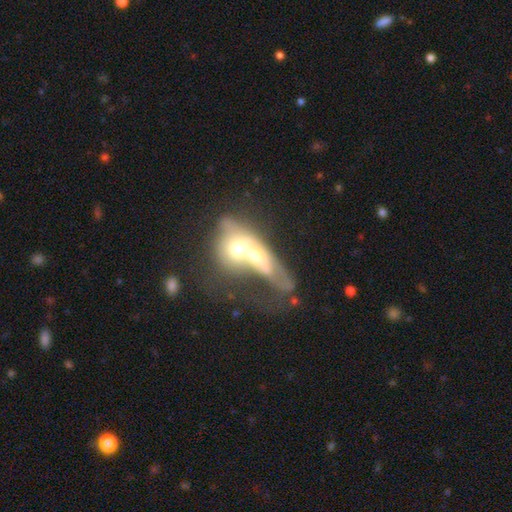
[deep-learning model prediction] Morphology: type=smooth (46%); merging=merger (76%).